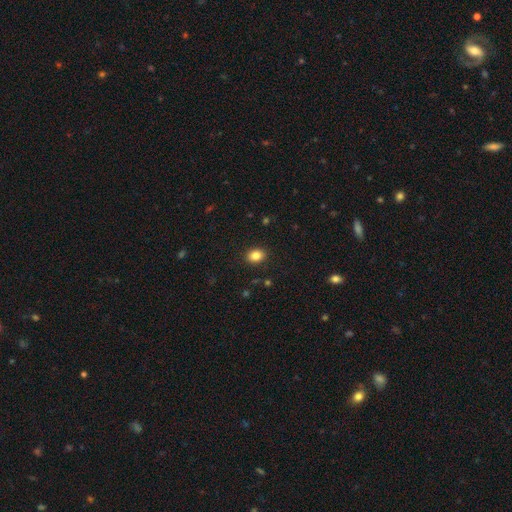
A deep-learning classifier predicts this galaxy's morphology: Smooth or featured: smooth — 85% (star or artifact — 10%)
How rounded: in between — 64% (round — 35%)
Merging: none — 90% (minor disturbance — 7%)